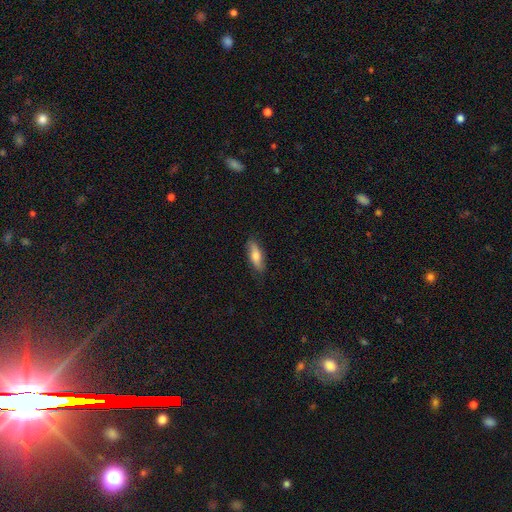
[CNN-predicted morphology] A smooth galaxy with no disk features (68%) that is in between round and cigar-shaped (53%). Merging: none (82%).